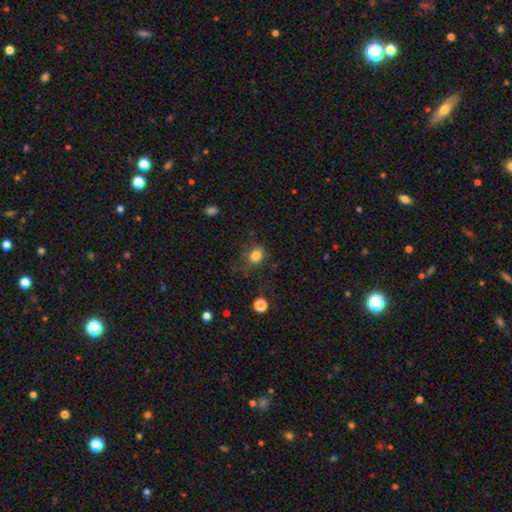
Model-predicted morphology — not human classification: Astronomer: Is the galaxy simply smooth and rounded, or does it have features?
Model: smooth — 81%.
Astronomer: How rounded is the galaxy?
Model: round — 51% (runner-up: in between, 47%).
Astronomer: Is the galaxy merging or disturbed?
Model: none — 62%.